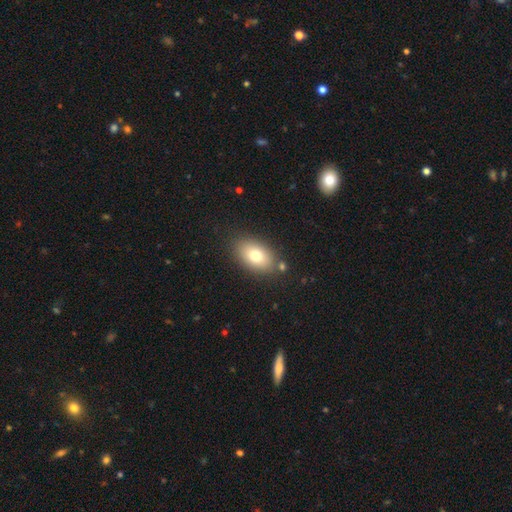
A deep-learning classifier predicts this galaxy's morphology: smooth 77%, featured or disk 14%, star or artifact 9%. Down the decision tree: how rounded — in between (89%); merging — none (82%).